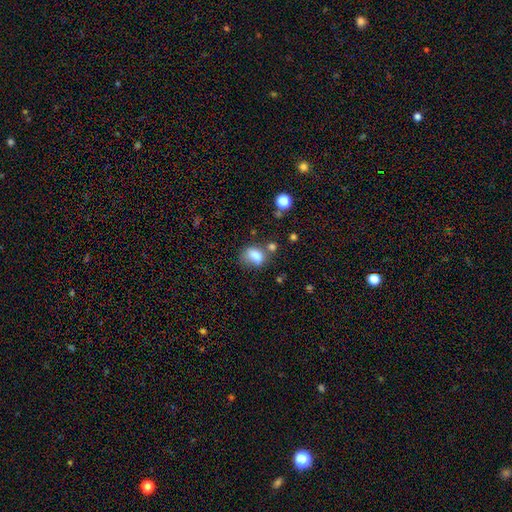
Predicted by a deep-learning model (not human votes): Q: Smooth or featured?
A: smooth (77%); runner-up: featured or disk (12%)
Q: How rounded?
A: in between (70%); runner-up: round (28%)
Q: Merging?
A: none (45%); runner-up: minor disturbance (26%)